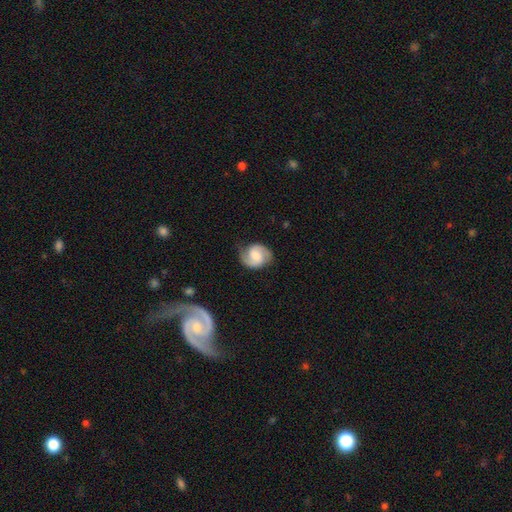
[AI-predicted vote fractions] Overall: featured or disk (76%). Edge-on disk: no (98%). Bar: weak (48%; no 38%). Spiral arms: yes (96%). Spiral arm count: 2 (91%). Spiral winding: medium (52%; tight 28%). Bulge size: moderate (38%; small 30%). Merging: none (79%).